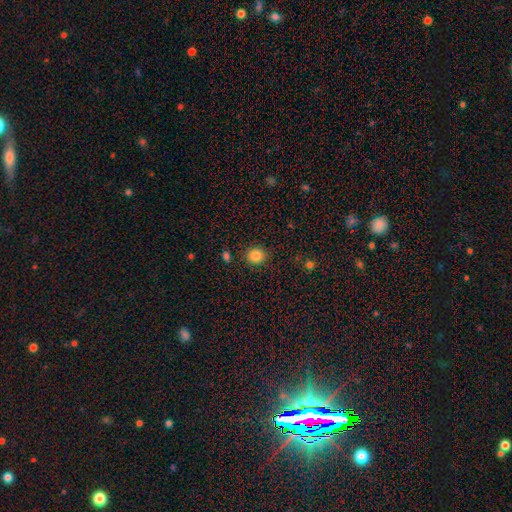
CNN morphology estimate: type=smooth (85%); roundness=round (78%); merging=none (88%).